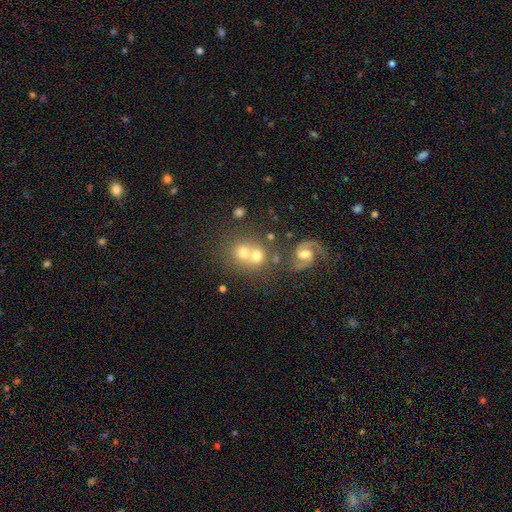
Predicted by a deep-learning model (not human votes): This is possibly a smooth galaxy (50%). How rounded: likely round (77%). Merging: marginally merger (43%, tied with none).